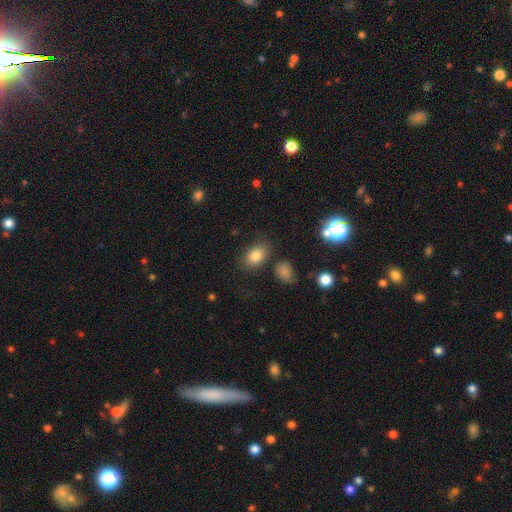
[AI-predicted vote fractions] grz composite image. It shows a smooth galaxy with no disk features (81%) that is in between round and cigar-shaped (78%). Merging: none (77%).